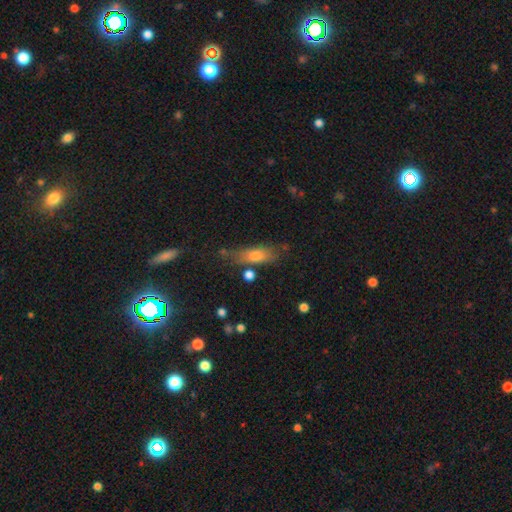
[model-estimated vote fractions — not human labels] Morphology: type=smooth (67%); roundness=in between (54%); merging=none (63%).